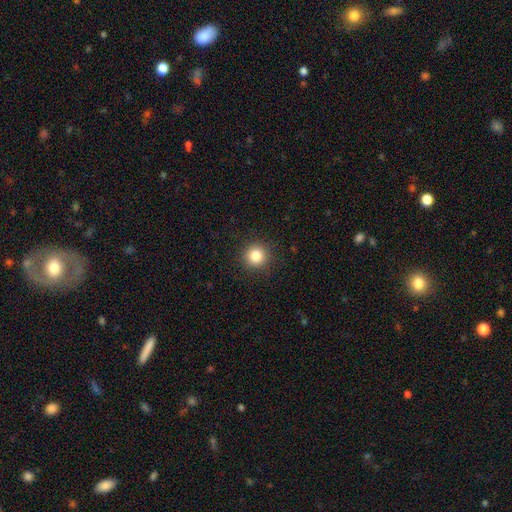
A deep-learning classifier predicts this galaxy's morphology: A smooth galaxy with no disk features (84%) that is round (94%).

Vote fractions:
- Smooth or featured? smooth: 84% / star or artifact: 11% / featured or disk: 5%
- How rounded? round: 94% / in between: 5% / cigar-shaped: 1%
- Merging? none: 92% / minor disturbance: 6% / major disturbance: 2% / merger: 1%